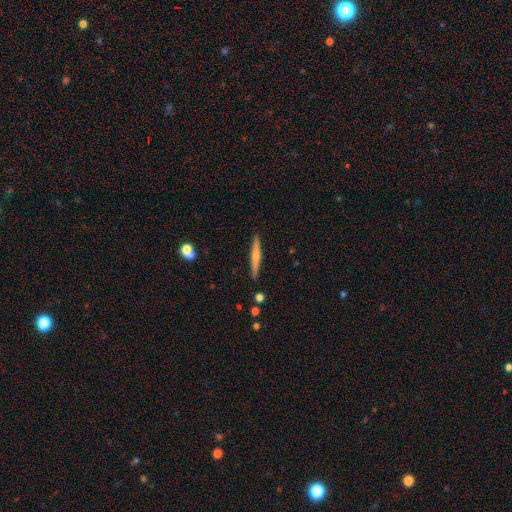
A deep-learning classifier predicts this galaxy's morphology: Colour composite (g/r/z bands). It shows a featured or disk galaxy (52%) viewed edge-on (97%) with a rounded central bulge (66%). Merging: none (90%).